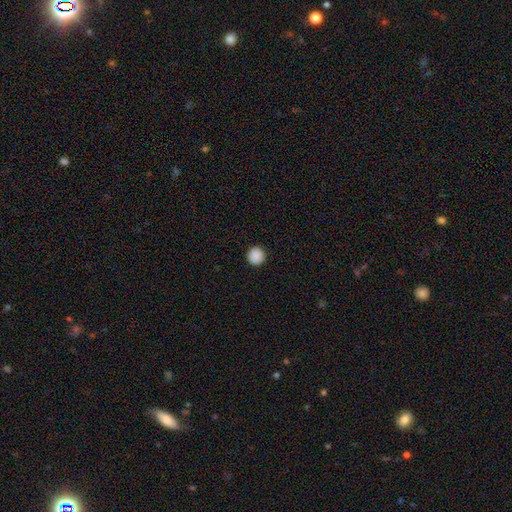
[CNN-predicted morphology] This appears to be a smooth galaxy with no disk features (89%) that is round (96%). Merging: none (93%).